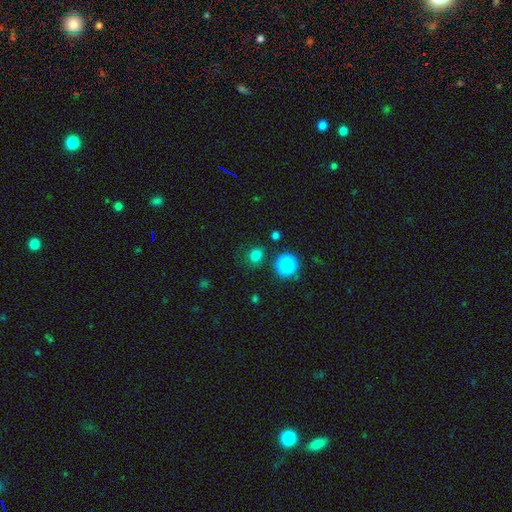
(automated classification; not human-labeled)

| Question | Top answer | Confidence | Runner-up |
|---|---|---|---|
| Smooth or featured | smooth | 76% | star or artifact (19%) |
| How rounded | round | 74% | in between (25%) |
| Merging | none | 80% | minor disturbance (11%) |